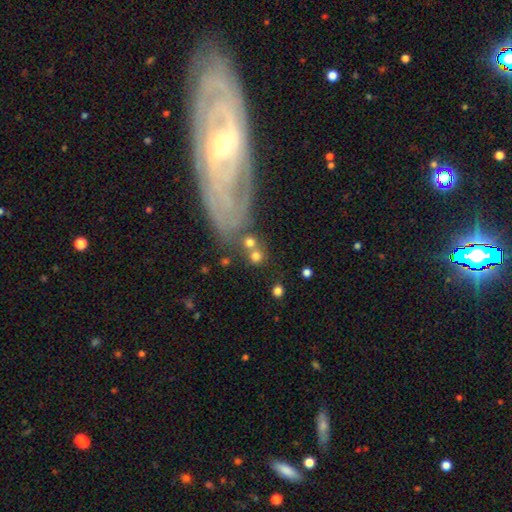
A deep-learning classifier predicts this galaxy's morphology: Smooth or featured? smooth (71%)
How rounded? round (88%)
Merging? none (61%)